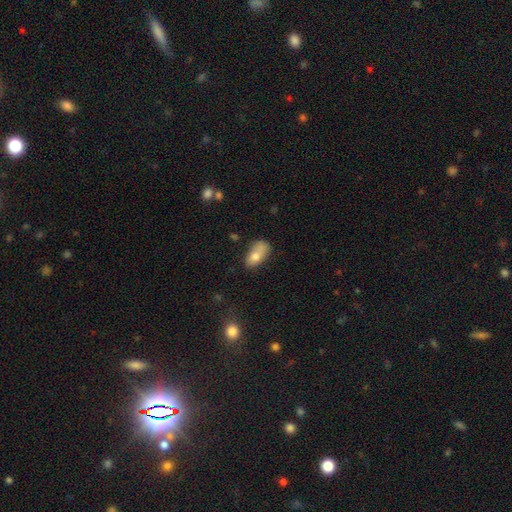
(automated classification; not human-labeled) Smooth or featured? Predicted: smooth (p=0.74). How rounded? Predicted: in between (p=0.89). Merging? Predicted: none (p=0.42).